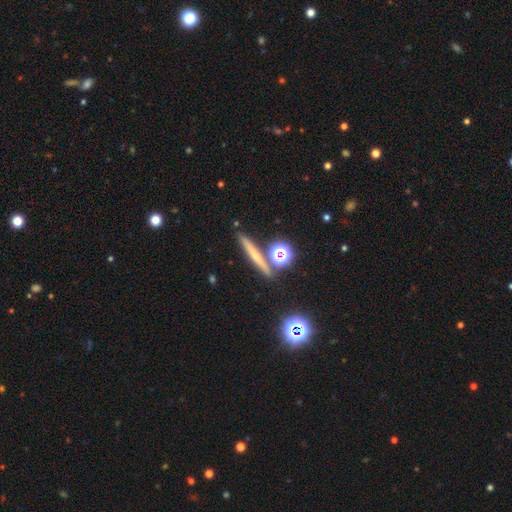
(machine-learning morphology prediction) This appears to be a smooth galaxy with no disk features (44%). Merging: none (82%).